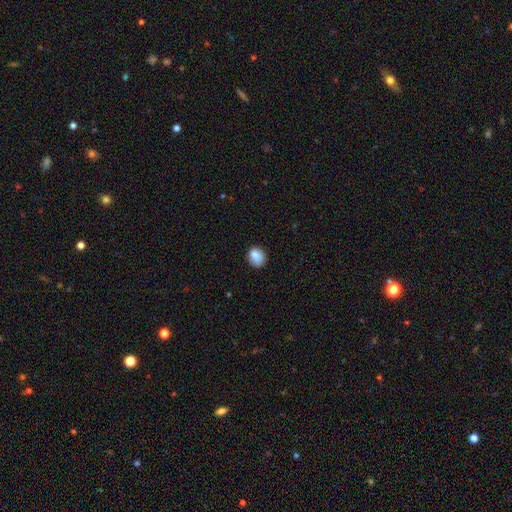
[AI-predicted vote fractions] Smooth or featured?
  - smooth: 85% *
  - star or artifact: 9%
  - featured or disk: 6%
How rounded?
  - round: 70% *
  - in between: 29%
  - cigar-shaped: 1%
Merging?
  - none: 79% *
  - minor disturbance: 16%
  - major disturbance: 3%
  - merger: 1%